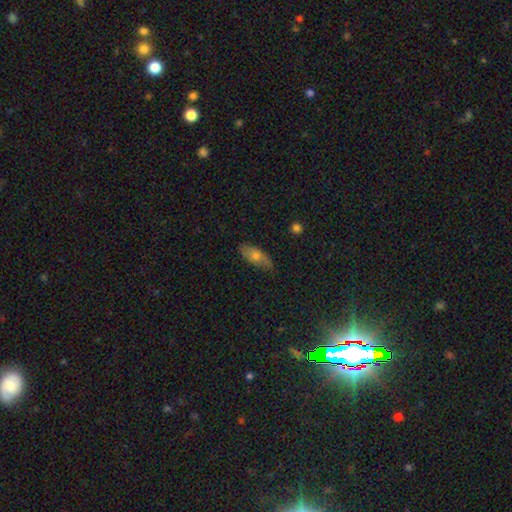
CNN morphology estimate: Smooth or featured? Predicted: smooth (p=0.60). How rounded? Predicted: in between (p=0.76). Merging? Predicted: none (p=0.75).